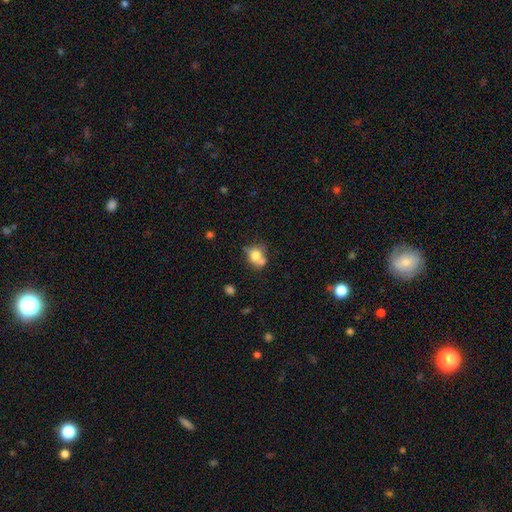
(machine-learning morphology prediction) Q: Smooth or featured?
A: smooth (72%); runner-up: featured or disk (17%)
Q: How rounded?
A: round (63%); runner-up: in between (36%)
Q: Merging?
A: none (44%); runner-up: merger (33%)